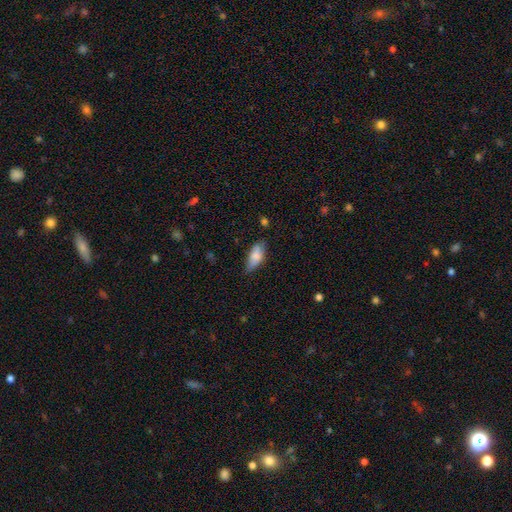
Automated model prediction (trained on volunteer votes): smooth 78%, featured or disk 15%, star or artifact 7%. Down the decision tree: how rounded — in between (83%); merging — none (63%).